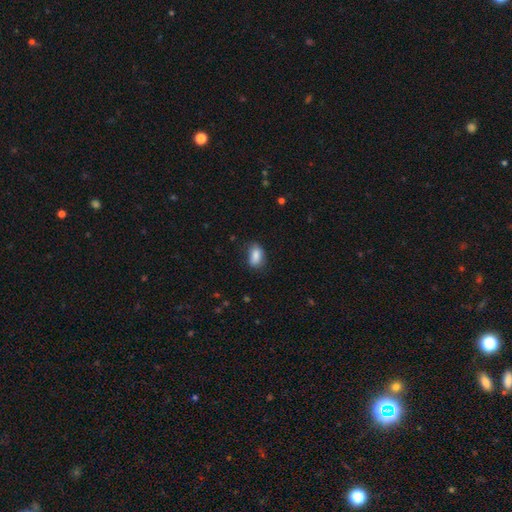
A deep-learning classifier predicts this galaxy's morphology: Smooth or featured?
  - smooth: 85% *
  - star or artifact: 8%
  - featured or disk: 8%
How rounded?
  - in between: 88% *
  - round: 10%
  - cigar-shaped: 3%
Merging?
  - none: 70% *
  - minor disturbance: 23%
  - major disturbance: 5%
  - merger: 2%